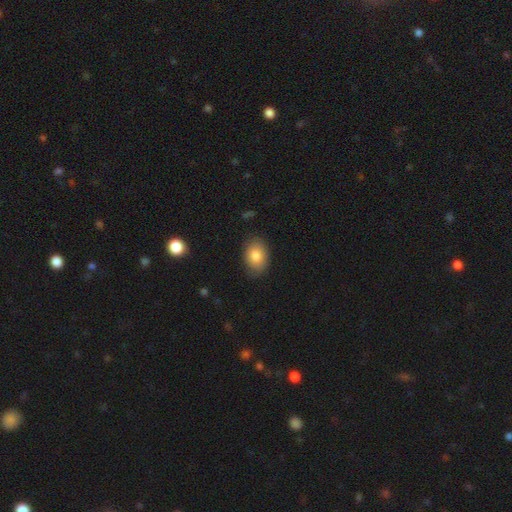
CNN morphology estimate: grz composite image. It shows a smooth galaxy with no disk features (83%) that is in between round and cigar-shaped (78%). Merging: none (81%).